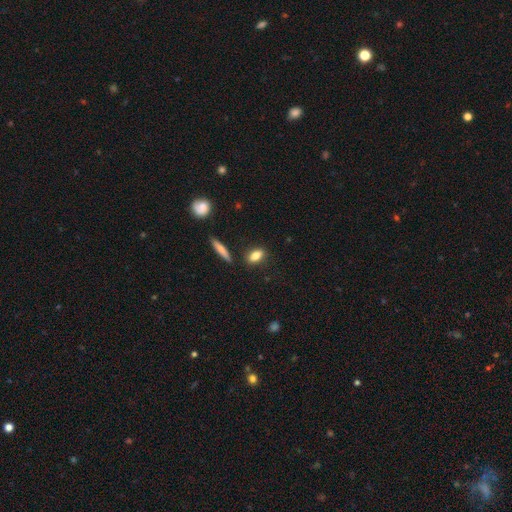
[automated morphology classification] Smooth or featured? smooth (80%)
How rounded? in between (74%)
Merging? none (84%)